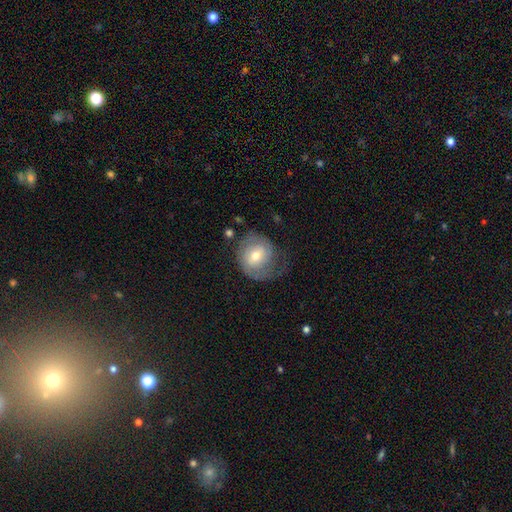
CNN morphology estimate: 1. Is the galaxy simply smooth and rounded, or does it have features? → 49% featured or disk, 44% smooth, 7% star or artifact.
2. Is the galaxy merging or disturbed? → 46% none, 27% major disturbance, 25% minor disturbance, 3% merger.